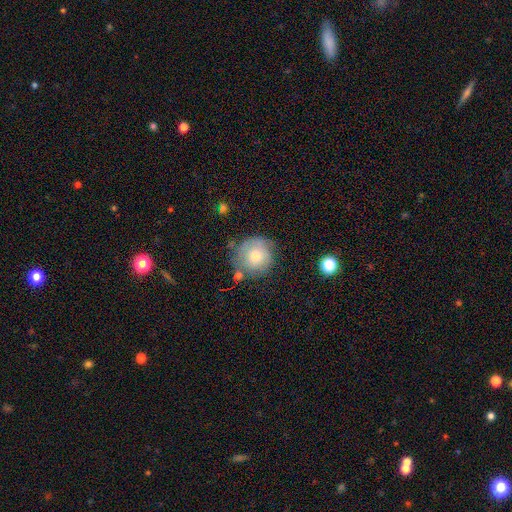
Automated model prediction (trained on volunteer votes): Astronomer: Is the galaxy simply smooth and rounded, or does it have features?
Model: smooth — 68%.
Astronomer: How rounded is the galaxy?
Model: round — 92%.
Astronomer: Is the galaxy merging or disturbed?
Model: none — 65%.